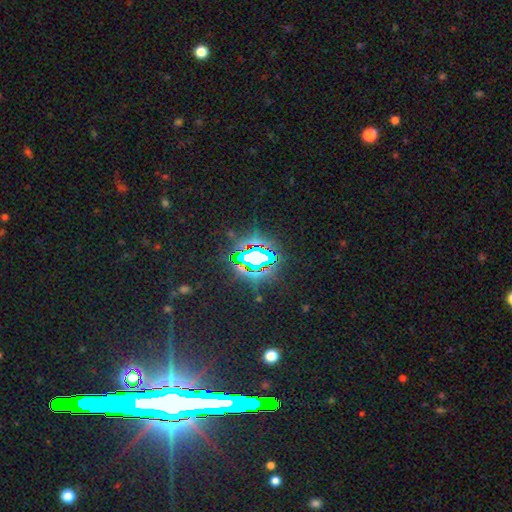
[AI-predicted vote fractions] Smooth or featured? Predicted: star or artifact (p=0.76).